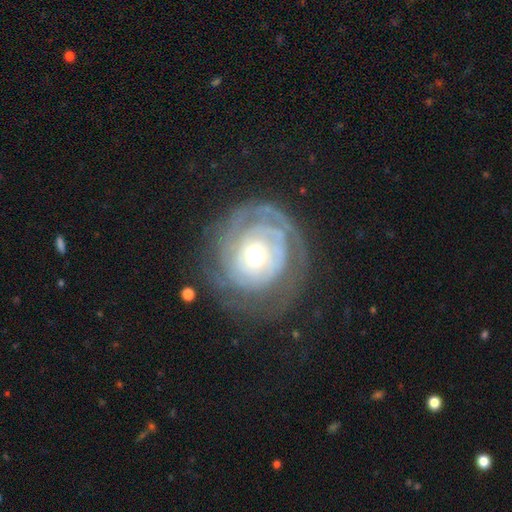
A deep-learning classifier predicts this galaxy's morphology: This appears to be a featured or disk galaxy (80%) with no bar (82%), tight (78%) spiral arms (86%) and a moderate central bulge (67%). Merging: none (68%).